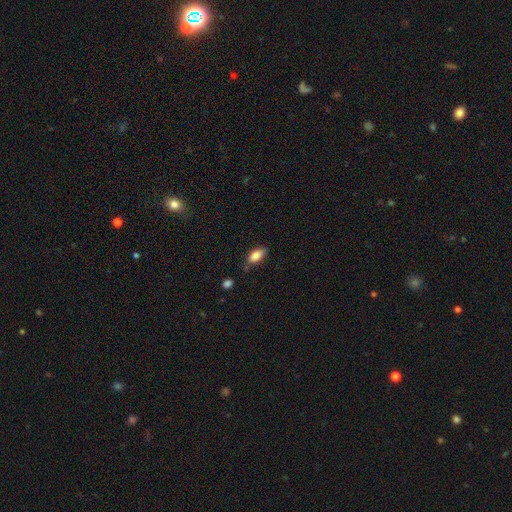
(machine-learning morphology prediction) smooth-or-featured: smooth: 83% | featured or disk: 10% | star or artifact: 7%
  how-rounded: in between: 86% | cigar-shaped: 11% | round: 3%
  merging: none: 69% | minor disturbance: 23% | major disturbance: 4% | merger: 4%